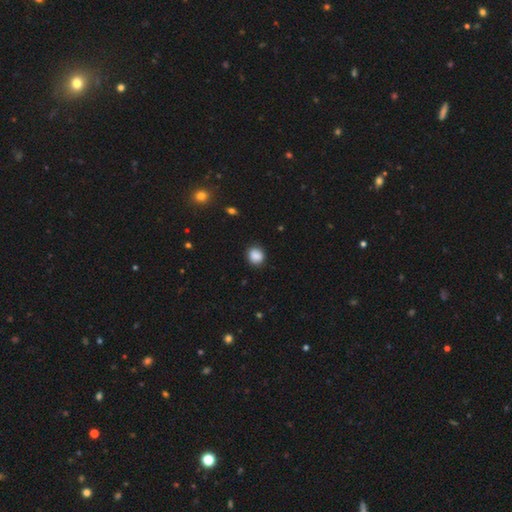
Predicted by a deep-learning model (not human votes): Overall: smooth (88%). How rounded: round (81%). Merging: none (88%).